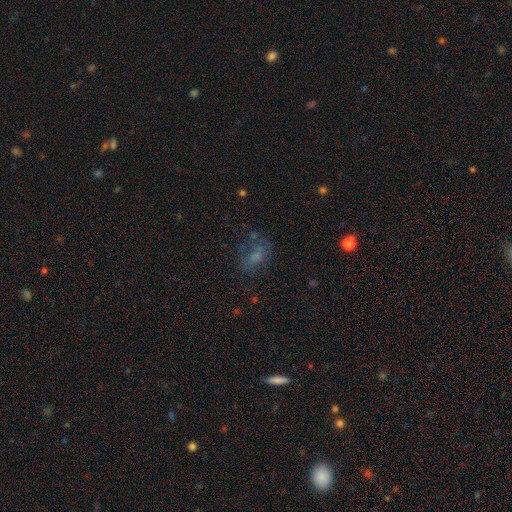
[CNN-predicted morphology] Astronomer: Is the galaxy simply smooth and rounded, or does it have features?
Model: featured or disk — 41% (runner-up: smooth, 39%).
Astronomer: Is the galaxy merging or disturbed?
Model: none — 48% (runner-up: major disturbance, 28%).